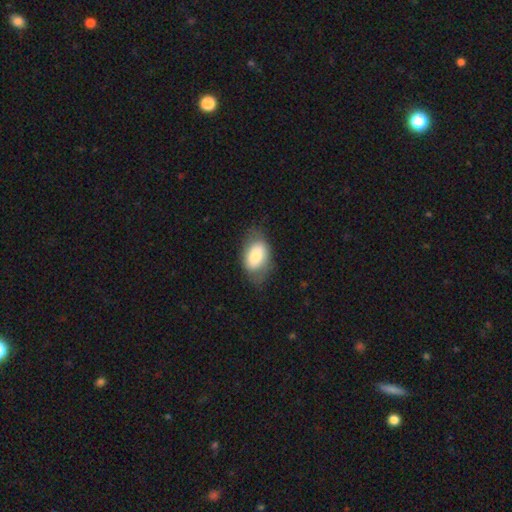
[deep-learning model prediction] Morphology: type=smooth (73%); roundness=in between (89%); merging=none (69%).